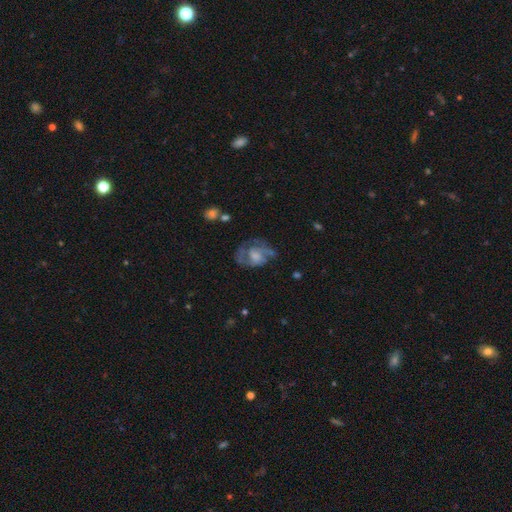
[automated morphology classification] featured or disk 66%, smooth 26%, star or artifact 8%. Down the decision tree: edge-on disk — no (97%); bar — no (65%); spiral arms — yes (73%); bulge size — moderate (34%); merging — none (47%).